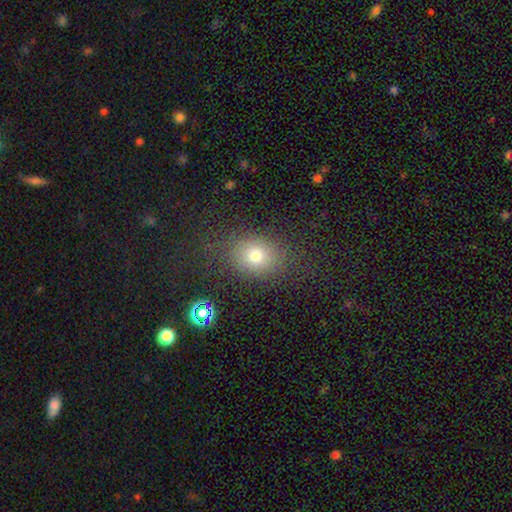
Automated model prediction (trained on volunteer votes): smooth 73%, star or artifact 16%, featured or disk 10%. Down the decision tree: how rounded — in between (49%, tied with round); merging — none (78%).